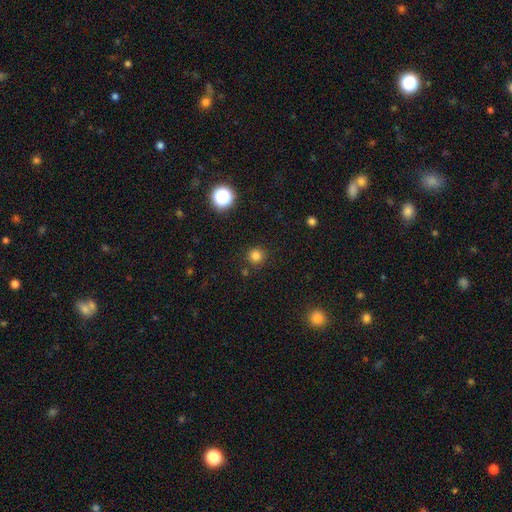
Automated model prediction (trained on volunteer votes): A smooth galaxy with no disk features (81%) that is round (95%). Merging: none (89%).